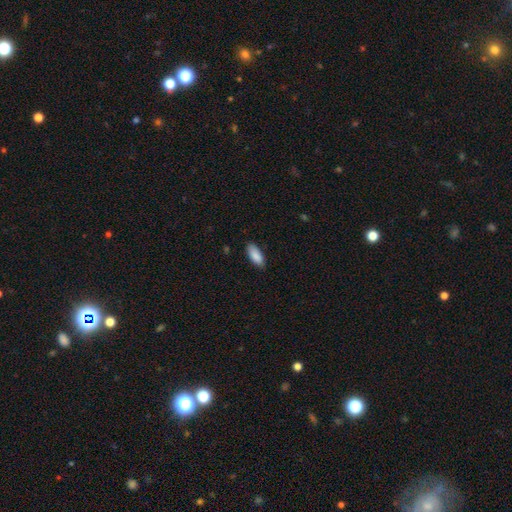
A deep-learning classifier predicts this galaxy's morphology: Q: Smooth or featured?
A: smooth (89%); runner-up: star or artifact (6%)
Q: How rounded?
A: in between (84%); runner-up: cigar-shaped (15%)
Q: Merging?
A: none (83%); runner-up: minor disturbance (14%)